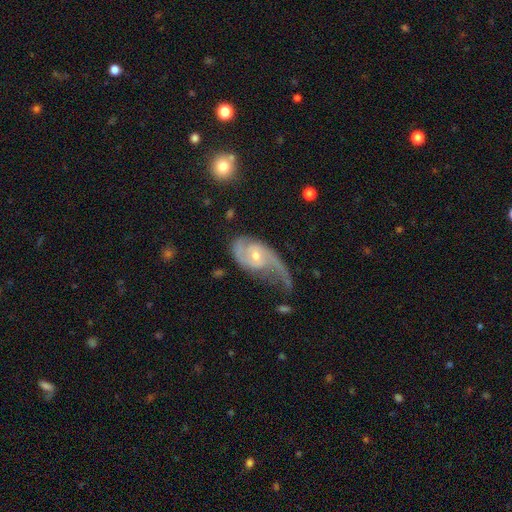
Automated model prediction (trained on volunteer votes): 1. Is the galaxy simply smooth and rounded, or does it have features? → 85% featured or disk, 10% smooth, 5% star or artifact.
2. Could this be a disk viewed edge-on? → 97% no, 3% yes.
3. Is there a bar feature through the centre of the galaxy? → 58% no, 34% weak, 8% strong.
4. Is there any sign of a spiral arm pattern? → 95% yes, 5% no.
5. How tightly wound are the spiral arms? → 40% medium, 39% loose, 22% tight.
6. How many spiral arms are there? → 71% 2, 15% 1, 7% can't tell, 3% 3, 2% 4, 1% more than 4.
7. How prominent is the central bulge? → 53% small, 44% moderate, 2% large, 1% none, 1% dominant.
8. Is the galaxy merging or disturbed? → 34% major disturbance (tied), 34% none (tied), 27% minor disturbance, 4% merger.